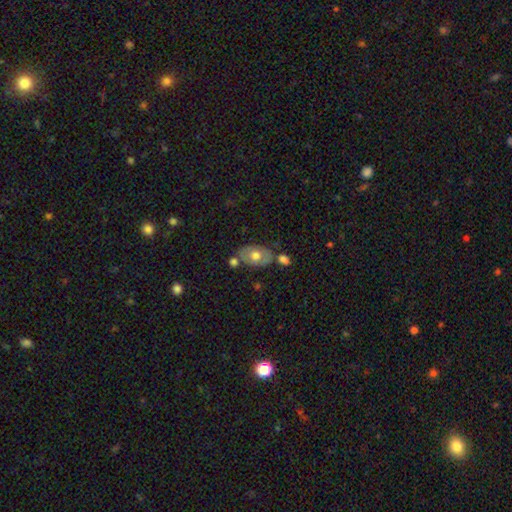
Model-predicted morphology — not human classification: This appears to be a smooth galaxy with no disk features (55%) that is in between round and cigar-shaped (87%). Merging: none (62%).